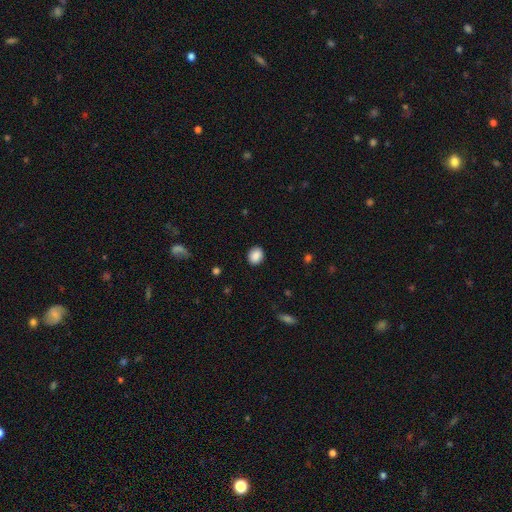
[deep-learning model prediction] The model was most divided on "how rounded": round: 58%, in between: 41%, cigar-shaped: 1%. More confident: merging — none (89%); smooth or featured — smooth (88%).